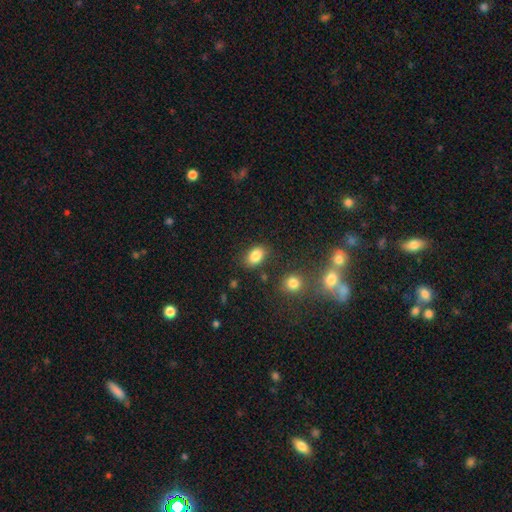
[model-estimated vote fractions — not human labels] smooth_or_featured: smooth (p=0.85) [alt: star or artifact p=0.09]
how_rounded: in between (p=0.85) [alt: round p=0.13]
merging: none (p=0.82) [alt: minor disturbance p=0.11]